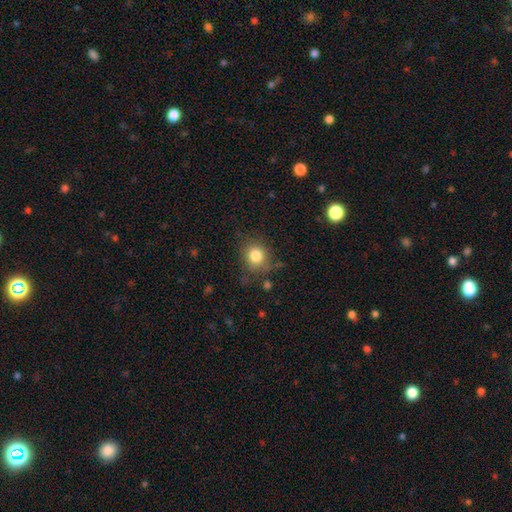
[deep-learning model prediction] smooth-or-featured: smooth: 82% | star or artifact: 11% | featured or disk: 7%
  how-rounded: round: 80% | in between: 19% | cigar-shaped: 1%
  merging: none: 75% | minor disturbance: 17% | major disturbance: 6% | merger: 3%